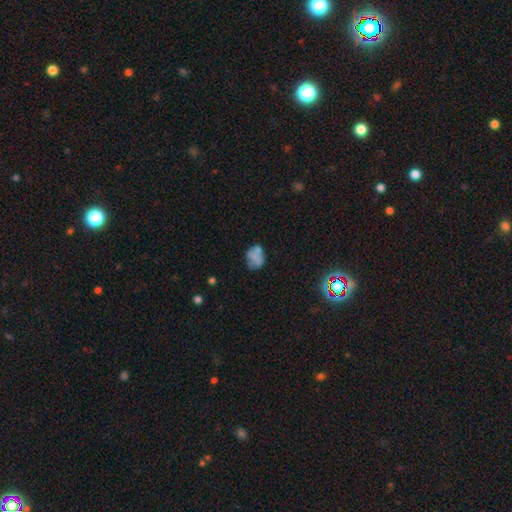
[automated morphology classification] Smooth or featured: smooth — 56% (featured or disk — 33%)
How rounded: round — 50% (in between — 49%)
Merging: none — 47% (minor disturbance — 24%)